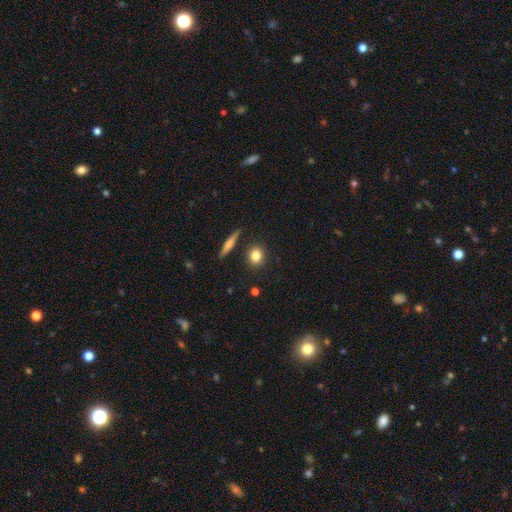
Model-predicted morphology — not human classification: Smooth or featured: smooth — 82% (star or artifact — 9%)
How rounded: round — 73% (in between — 23%)
Merging: none — 86% (minor disturbance — 8%)